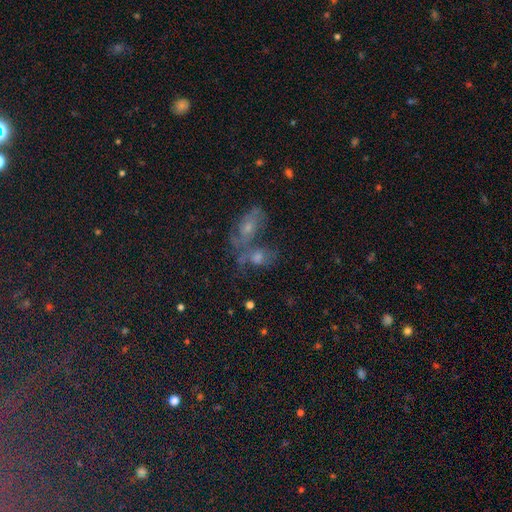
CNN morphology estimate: Smooth or featured: featured or disk — 41% (smooth — 34%)
Merging: merger — 45% (none — 33%)